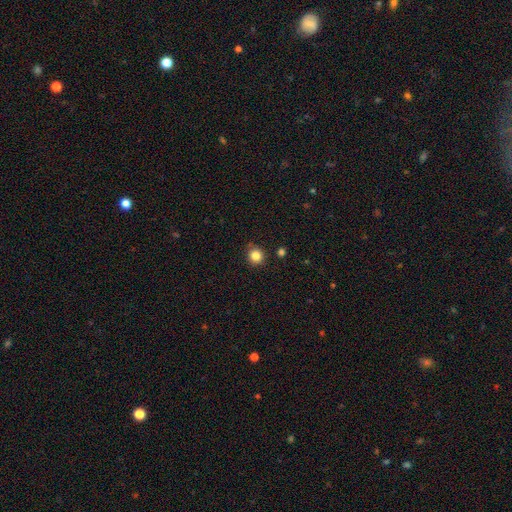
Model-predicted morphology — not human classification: This is clearly a smooth galaxy (84%). How rounded: clearly round (91%). Merging: clearly none (86%).